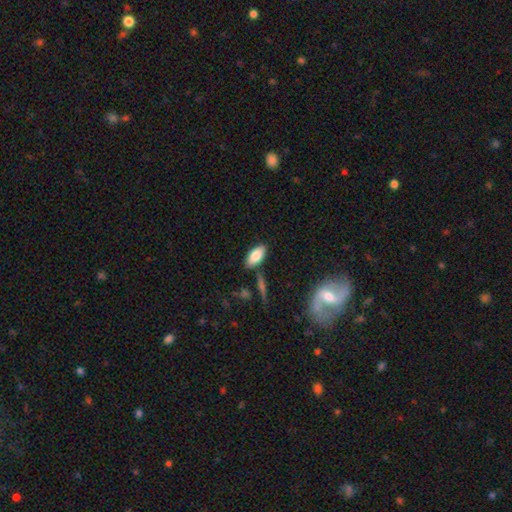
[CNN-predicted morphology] smooth 83%, featured or disk 10%, star or artifact 7%. Down the decision tree: how rounded — in between (90%); merging — none (79%).